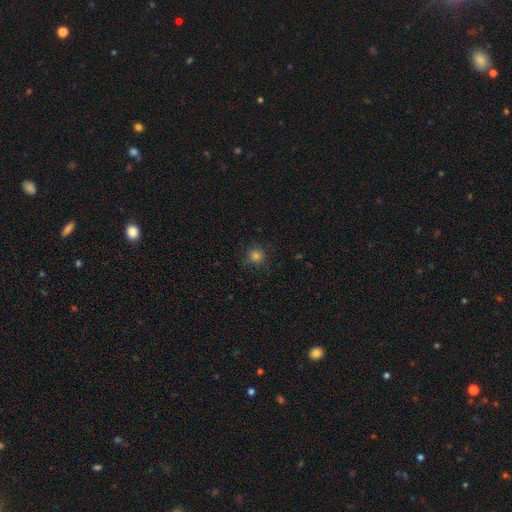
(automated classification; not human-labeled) This appears to be a smooth galaxy with no disk features (79%) that is round (94%). Merging: none (85%).